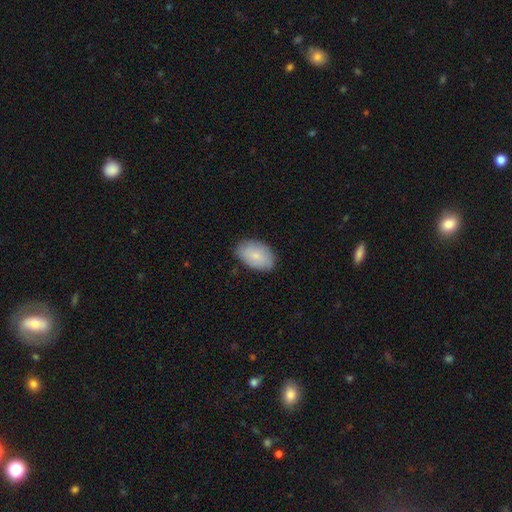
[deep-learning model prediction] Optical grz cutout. It shows a smooth galaxy with no disk features (78%) that is in between round and cigar-shaped (91%). Merging: none (82%).